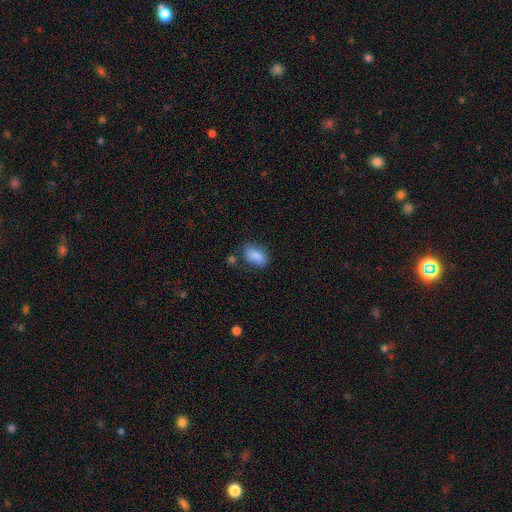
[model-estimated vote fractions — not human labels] This appears to be a smooth galaxy with no disk features (86%) that is in between round and cigar-shaped (90%). Merging: none (68%).